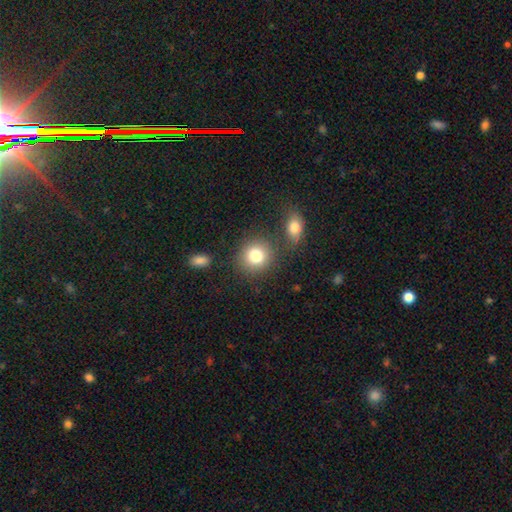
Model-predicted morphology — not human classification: Overall: smooth (81%). How rounded: round (83%). Merging: none (78%).